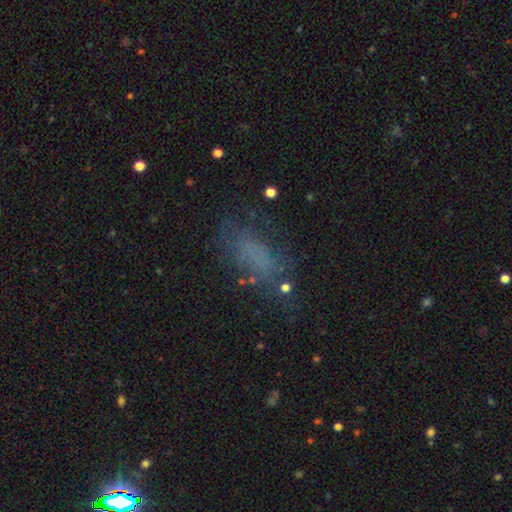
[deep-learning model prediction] smooth_or_featured: smooth (p=0.54) [alt: featured or disk p=0.26]
how_rounded: in between (p=0.81) [alt: cigar-shaped p=0.13]
merging: none (p=0.54) [alt: minor disturbance p=0.22]